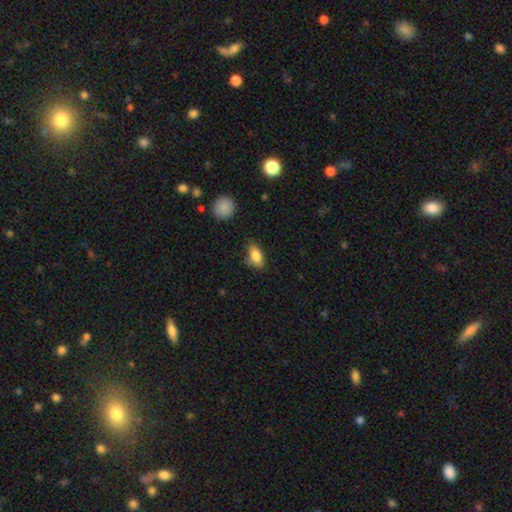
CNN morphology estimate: Overall: smooth (83%). How rounded: in between (86%). Merging: none (73%).